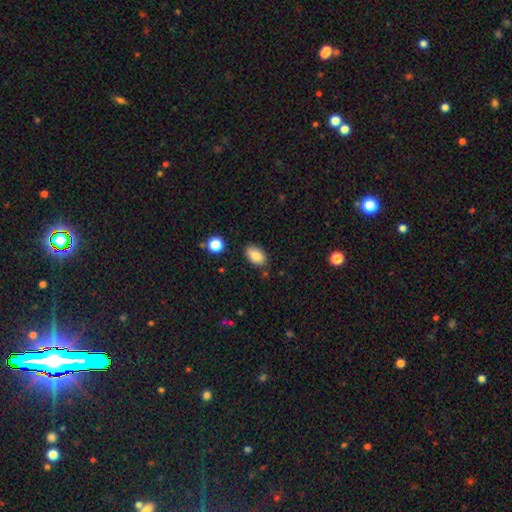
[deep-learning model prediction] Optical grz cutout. It shows a smooth galaxy with no disk features (84%) that is in between round and cigar-shaped (90%). Merging: none (81%).